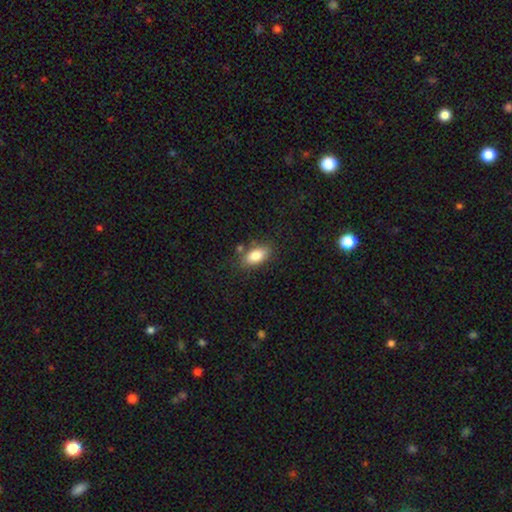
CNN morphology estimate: Overall: smooth (83%). How rounded: in between (89%). Merging: none (75%).